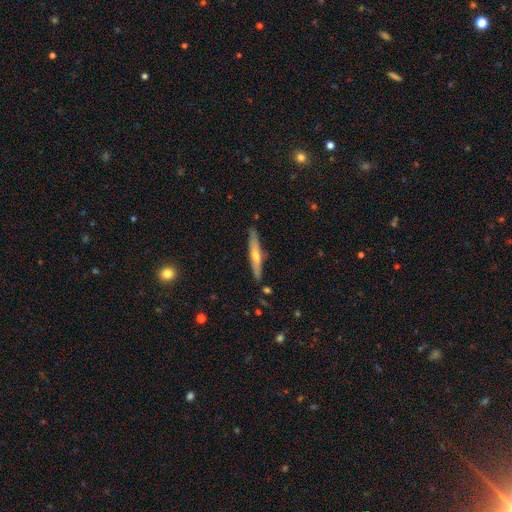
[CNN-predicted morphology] Q: Smooth or featured?
A: featured or disk (57%); runner-up: smooth (37%)
Q: Edge-on disk?
A: yes (94%); runner-up: no (6%)
Q: Edge-on bulge?
A: rounded (79%); runner-up: none (17%)
Q: Merging?
A: none (88%); runner-up: minor disturbance (9%)